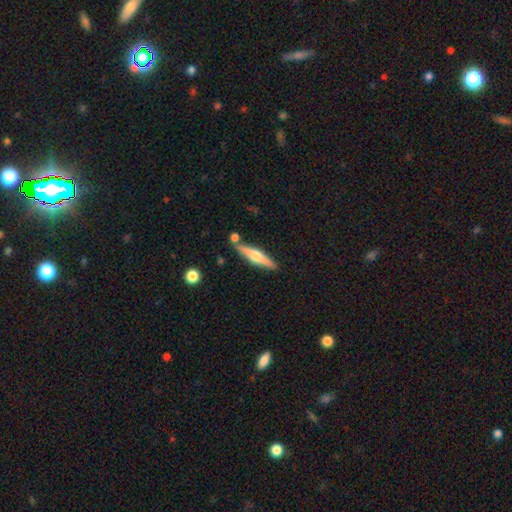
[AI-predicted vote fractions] A featured or disk galaxy (58%) viewed edge-on (96%) with a rounded central bulge (90%).

Vote fractions:
- Smooth or featured? featured or disk: 58% / smooth: 37% / star or artifact: 6%
- Edge-on disk? yes: 96% / no: 4%
- Edge-on bulge? rounded: 90% / boxy: 6% / none: 5%
- Merging? none: 81% / minor disturbance: 10% / merger: 7% / major disturbance: 2%